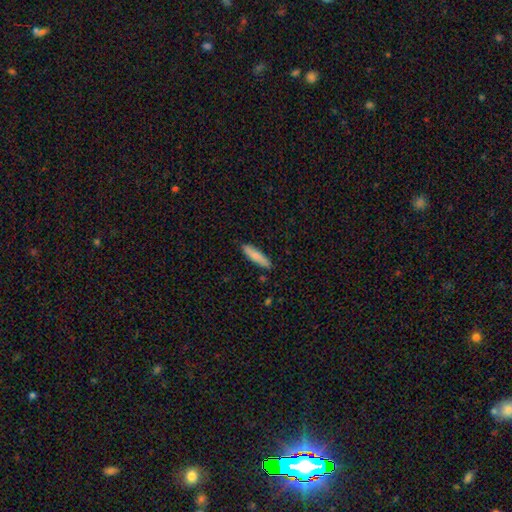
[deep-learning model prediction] A smooth galaxy with no disk features (78%) that is cigar-shaped (76%). Merging: none (87%).